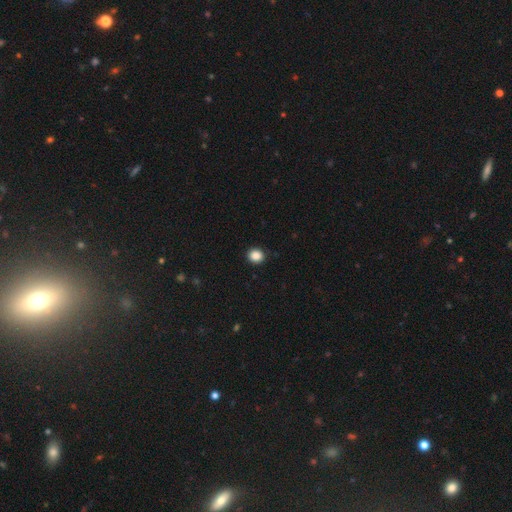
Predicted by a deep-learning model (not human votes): Smooth or featured?
  - smooth: 88% *
  - star or artifact: 10%
  - featured or disk: 3%
How rounded?
  - round: 81% *
  - in between: 18%
  - cigar-shaped: 1%
Merging?
  - none: 90% *
  - minor disturbance: 7%
  - major disturbance: 2%
  - merger: 1%